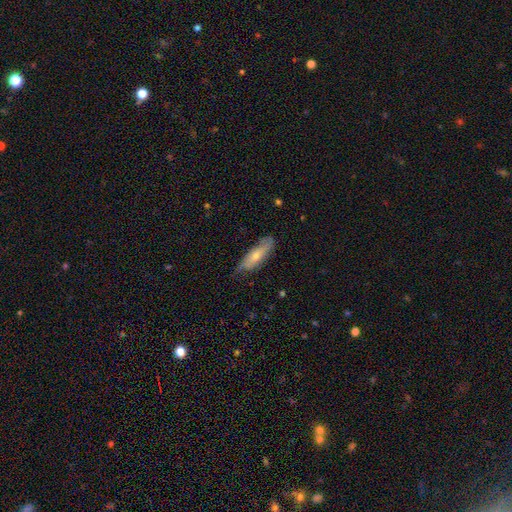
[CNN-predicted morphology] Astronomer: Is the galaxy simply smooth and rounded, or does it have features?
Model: smooth — 49% (runner-up: featured or disk, 44%).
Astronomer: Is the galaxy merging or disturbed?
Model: none — 72%.